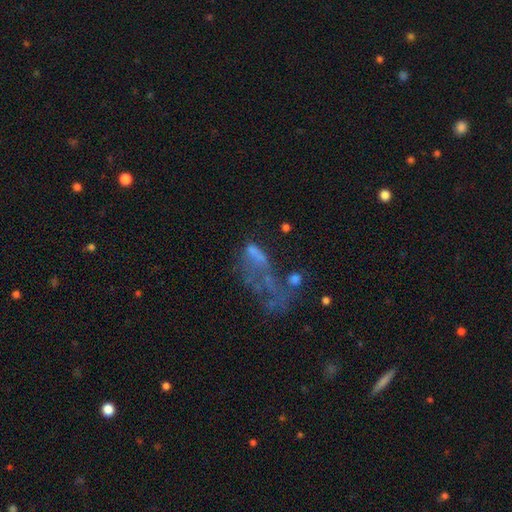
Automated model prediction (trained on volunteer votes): The model was most divided on "smooth or featured" (2-way tie): smooth: 40%, featured or disk: 40%, star or artifact: 20%. Remaining: merging — major disturbance (48%).